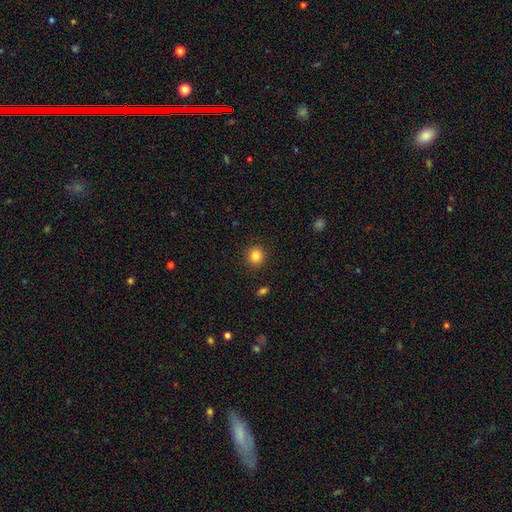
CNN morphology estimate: Smooth or featured?
  - smooth: 84% *
  - star or artifact: 11%
  - featured or disk: 5%
How rounded?
  - round: 88% *
  - in between: 11%
  - cigar-shaped: 1%
Merging?
  - none: 91% *
  - minor disturbance: 6%
  - major disturbance: 2%
  - merger: 1%